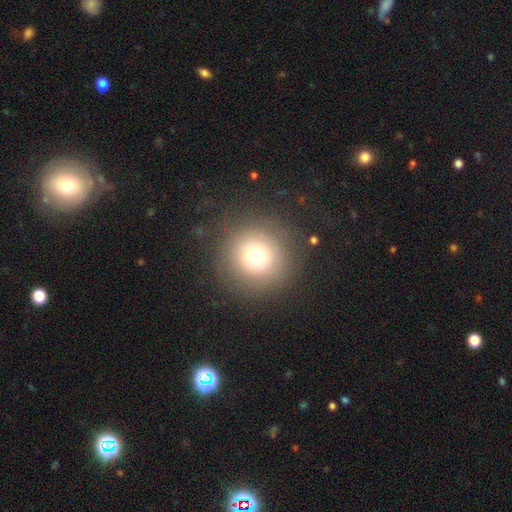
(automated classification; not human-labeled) smooth_or_featured: smooth (p=0.71) [alt: star or artifact p=0.14]
how_rounded: round (p=0.95) [alt: in between p=0.04]
merging: none (p=0.85) [alt: minor disturbance p=0.08]